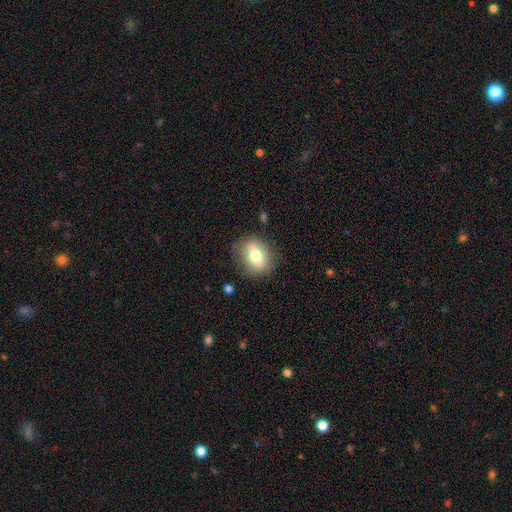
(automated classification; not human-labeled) The model was most divided on "how rounded": in between: 54%, round: 43%, cigar-shaped: 3%. More confident: merging — none (82%); smooth or featured — smooth (62%).